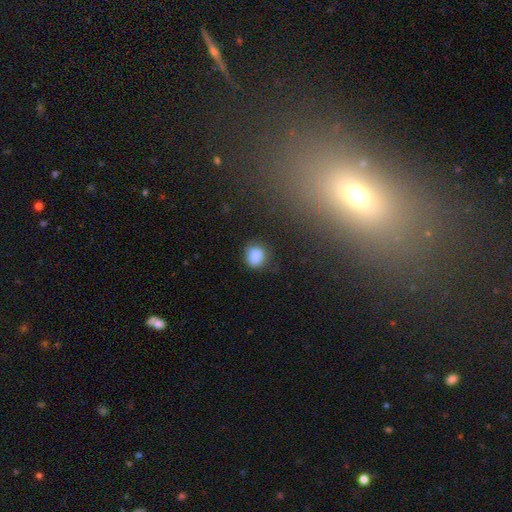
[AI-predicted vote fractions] smooth-or-featured: smooth: 84% | star or artifact: 10% | featured or disk: 7%
  how-rounded: round: 62% | in between: 37% | cigar-shaped: 1%
  merging: none: 63% | minor disturbance: 25% | major disturbance: 8% | merger: 5%